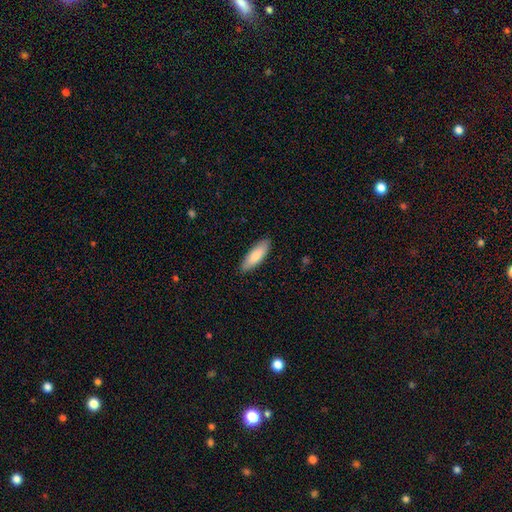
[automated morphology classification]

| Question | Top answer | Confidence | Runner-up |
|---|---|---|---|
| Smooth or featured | smooth | 83% | featured or disk (12%) |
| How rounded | in between | 54% | cigar-shaped (44%) |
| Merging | none | 89% | minor disturbance (9%) |